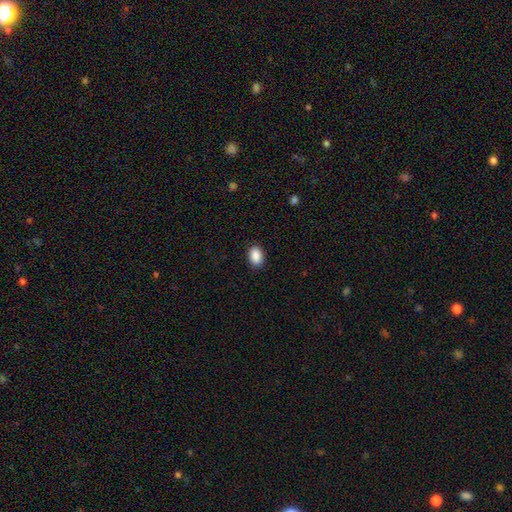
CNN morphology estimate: smooth-or-featured: smooth: 90% | star or artifact: 8% | featured or disk: 3%
  how-rounded: in between: 84% | round: 15% | cigar-shaped: 1%
  merging: none: 88% | minor disturbance: 9% | major disturbance: 2% | merger: 1%